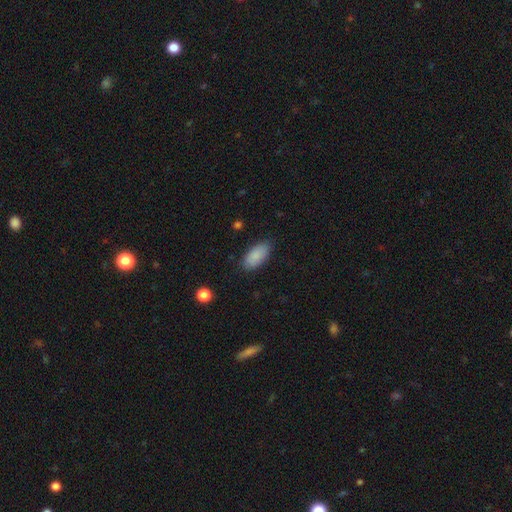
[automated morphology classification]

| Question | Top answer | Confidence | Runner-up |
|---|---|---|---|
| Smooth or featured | smooth | 89% | star or artifact (6%) |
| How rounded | in between | 91% | cigar-shaped (7%) |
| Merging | none | 85% | minor disturbance (12%) |